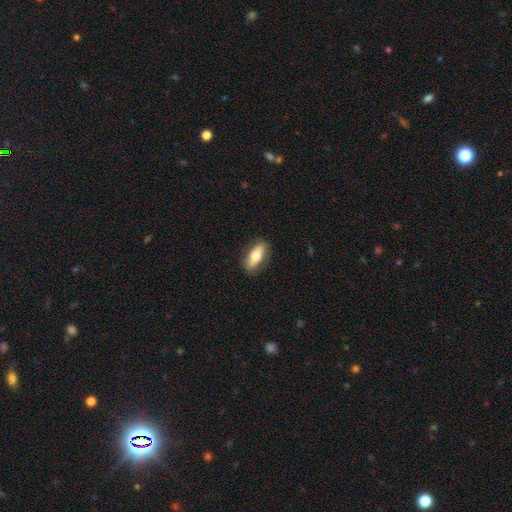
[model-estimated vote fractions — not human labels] Smooth or featured? smooth (66%)
How rounded? in between (69%)
Merging? none (85%)